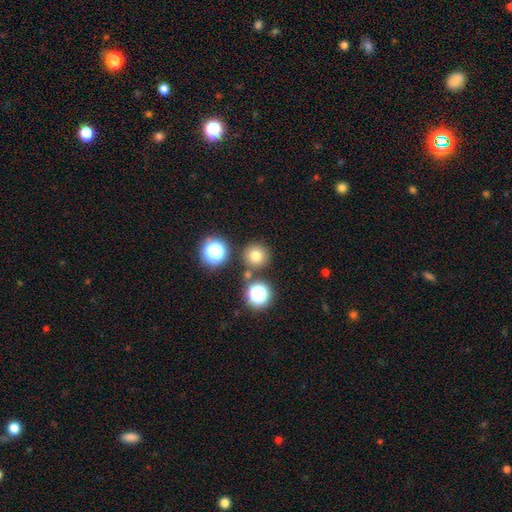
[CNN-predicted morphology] Smooth or featured?
  - smooth: 73% *
  - star or artifact: 19%
  - featured or disk: 8%
How rounded?
  - round: 95% *
  - in between: 4%
  - cigar-shaped: 1%
Merging?
  - none: 83% *
  - merger: 8%
  - minor disturbance: 7%
  - major disturbance: 3%